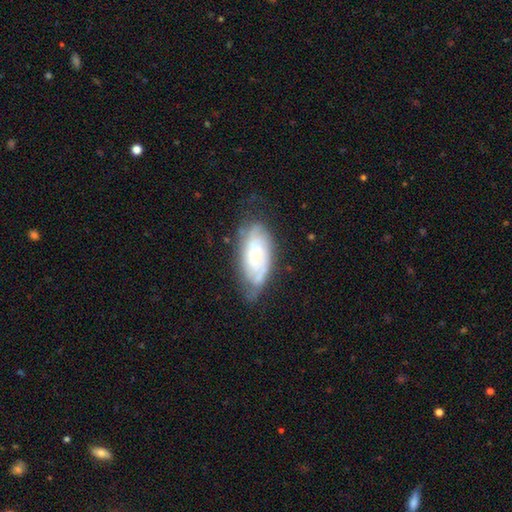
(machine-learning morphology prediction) Q: Smooth or featured?
A: featured or disk (66%); runner-up: smooth (27%)
Q: Edge-on disk?
A: no (92%); runner-up: yes (8%)
Q: Bar?
A: no (69%); runner-up: weak (25%)
Q: Spiral arms?
A: yes (87%); runner-up: no (13%)
Q: Spiral winding?
A: tight (64%); runner-up: medium (28%)
Q: Spiral arm count?
A: can't tell (48%); runner-up: 2 (30%)
Q: Bulge size?
A: small (59%); runner-up: moderate (26%)
Q: Merging?
A: none (60%); runner-up: minor disturbance (28%)